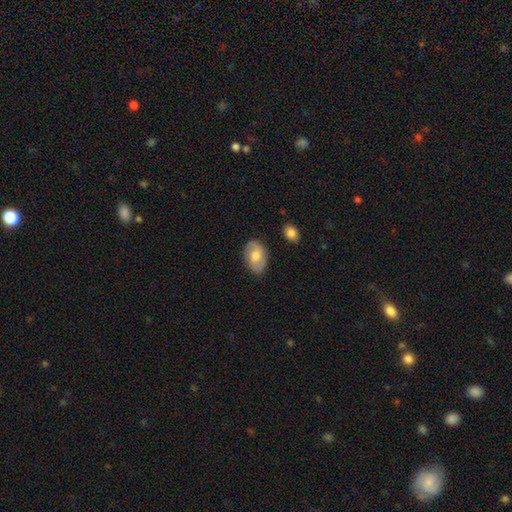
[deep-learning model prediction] Smooth or featured? smooth (53%)
How rounded? in between (86%)
Merging? none (81%)